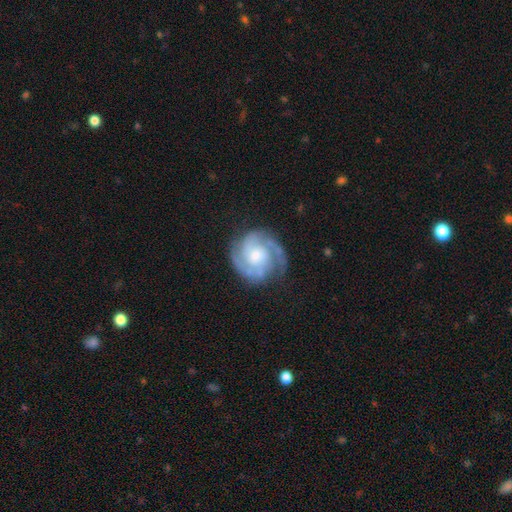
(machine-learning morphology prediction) featured or disk 87%, smooth 8%, star or artifact 5%. Down the decision tree: edge-on disk — no (98%); bar — no (63%); spiral arms — yes (97%); spiral arm count — 2 (65%); spiral winding — tight (55%); bulge size — moderate (45%); merging — none (76%).